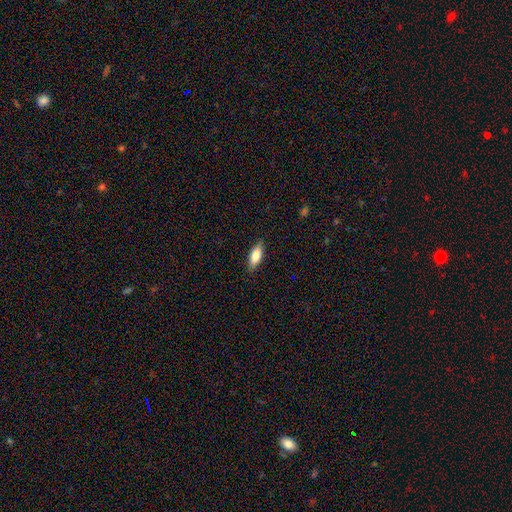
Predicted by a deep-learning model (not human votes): smooth 79%, featured or disk 15%, star or artifact 6%. Down the decision tree: how rounded — in between (69%); merging — none (87%).